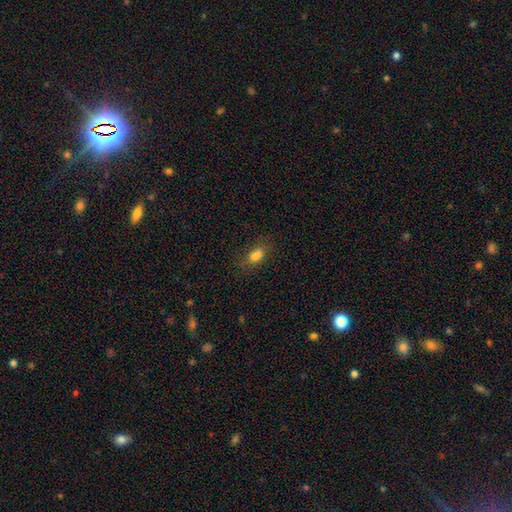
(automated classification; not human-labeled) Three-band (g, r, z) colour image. It shows a smooth galaxy with no disk features (80%) that is in between round and cigar-shaped (83%). Merging: none (69%).